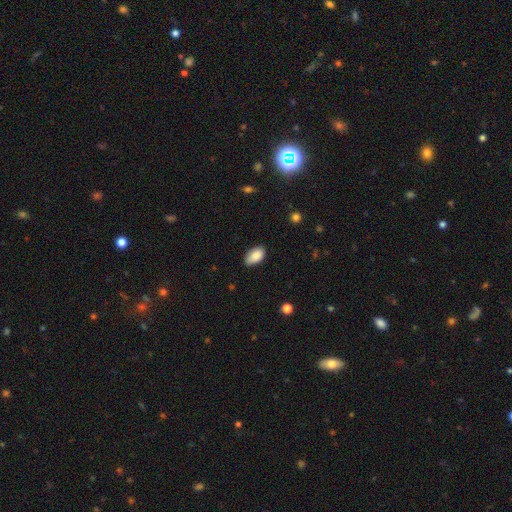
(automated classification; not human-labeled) Smooth or featured? smooth (88%)
How rounded? in between (94%)
Merging? none (77%)